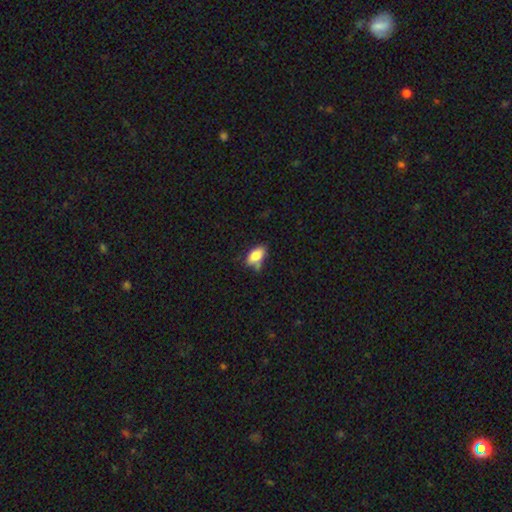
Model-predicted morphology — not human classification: smooth_or_featured: smooth (p=0.79) [alt: featured or disk p=0.13]
how_rounded: in between (p=0.89) [alt: round p=0.06]
merging: none (p=0.50) [alt: minor disturbance p=0.30]